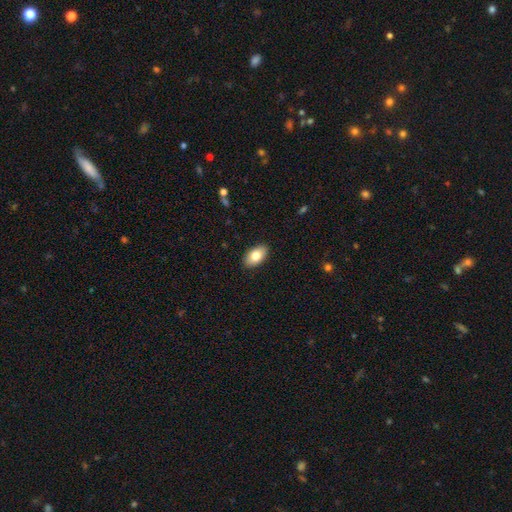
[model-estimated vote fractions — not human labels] The model was most divided on "smooth or featured": smooth: 78%, featured or disk: 15%, star or artifact: 7%. More confident: how rounded — in between (93%); merging — none (89%).